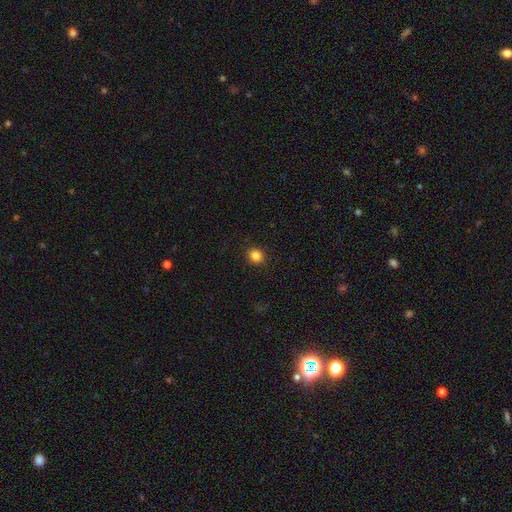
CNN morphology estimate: Q: Smooth or featured?
A: smooth (85%); runner-up: star or artifact (11%)
Q: How rounded?
A: round (82%); runner-up: in between (17%)
Q: Merging?
A: none (91%); runner-up: minor disturbance (6%)